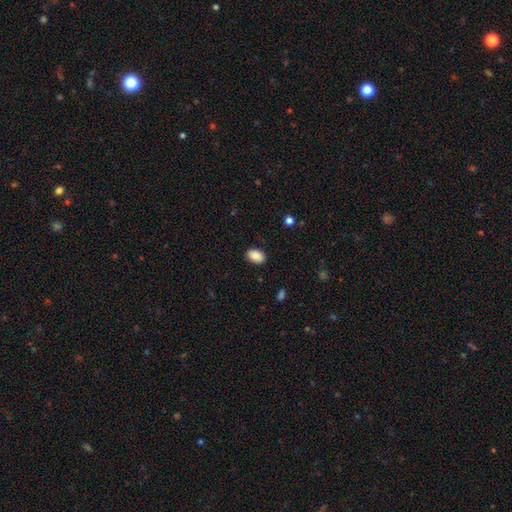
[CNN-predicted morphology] A smooth galaxy with no disk features (89%) that is in between round and cigar-shaped (90%).

Vote fractions:
- Smooth or featured? smooth: 89% / star or artifact: 7% / featured or disk: 4%
- How rounded? in between: 90% / round: 9% / cigar-shaped: 1%
- Merging? none: 88% / minor disturbance: 9% / major disturbance: 2% / merger: 1%